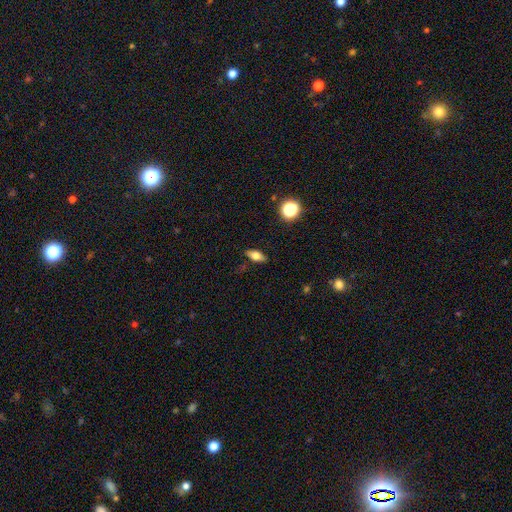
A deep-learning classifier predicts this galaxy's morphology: This is likely a smooth galaxy (67%). How rounded: likely in between (80%). Merging: clearly none (86%).